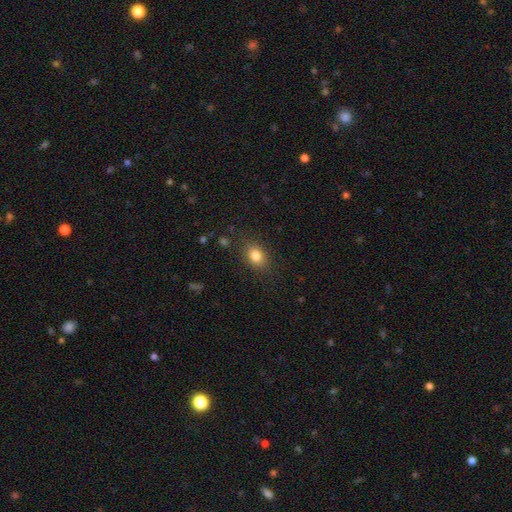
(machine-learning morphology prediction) Smooth or featured? Predicted: smooth (p=0.82). How rounded? Predicted: in between (p=0.64). Merging? Predicted: none (p=0.84).